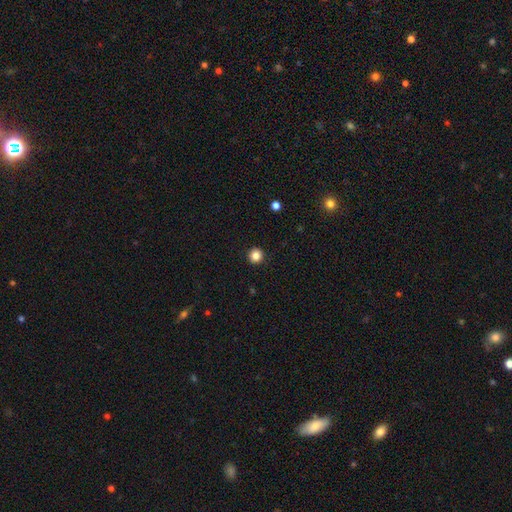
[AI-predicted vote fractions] smooth_or_featured: smooth (p=0.85) [alt: star or artifact p=0.11]
how_rounded: round (p=0.95) [alt: in between p=0.04]
merging: none (p=0.93) [alt: minor disturbance p=0.04]